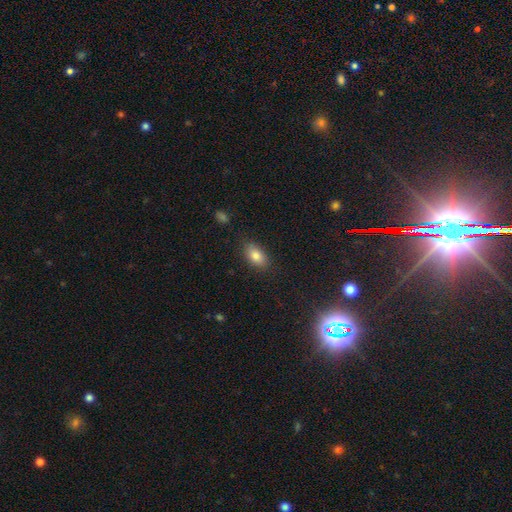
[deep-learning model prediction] This appears to be a smooth galaxy with no disk features (84%) that is in between round and cigar-shaped (90%). Merging: none (82%).